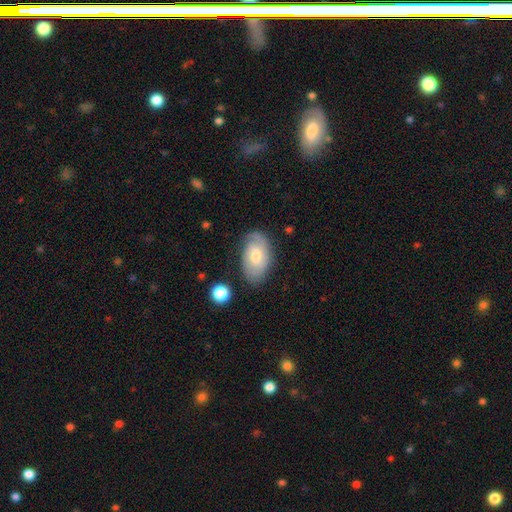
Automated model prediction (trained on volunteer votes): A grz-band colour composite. It shows a featured or disk galaxy (59%) with no bar (50%), spiral arms (86%) and a moderate central bulge (63%). Merging: none (75%).